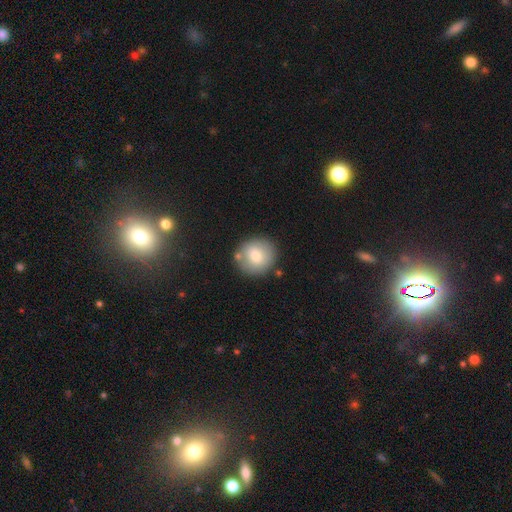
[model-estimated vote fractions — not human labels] Morphology: type=smooth (76%); roundness=round (91%); merging=none (79%).